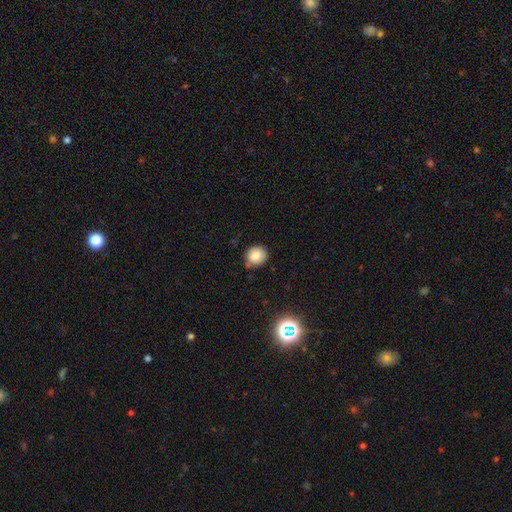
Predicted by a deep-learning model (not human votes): Smooth or featured: smooth — 81% (star or artifact — 12%)
How rounded: round — 85% (in between — 14%)
Merging: none — 75% (minor disturbance — 20%)